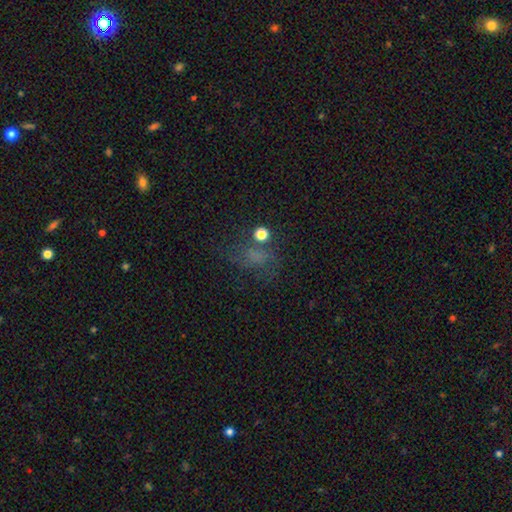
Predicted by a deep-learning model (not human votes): Smooth or featured? Predicted: smooth (p=0.48). Merging? Predicted: none (p=0.50).